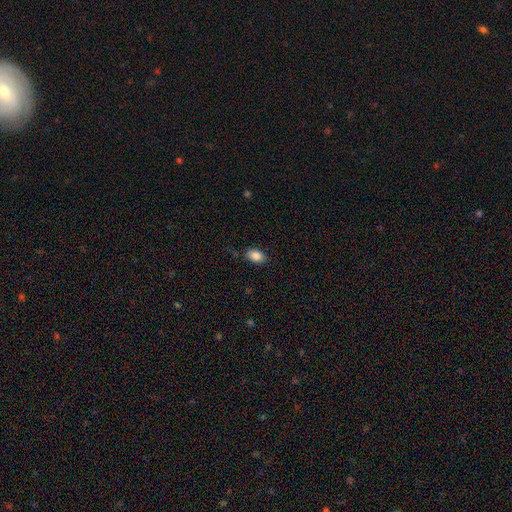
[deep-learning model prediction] smooth 87%, star or artifact 8%, featured or disk 5%. Down the decision tree: how rounded — in between (89%); merging — none (83%).